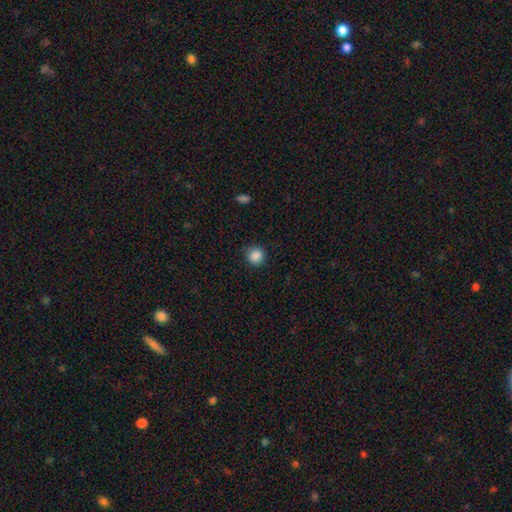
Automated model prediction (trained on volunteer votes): Morphology: type=smooth (87%); roundness=round (87%); merging=none (80%).